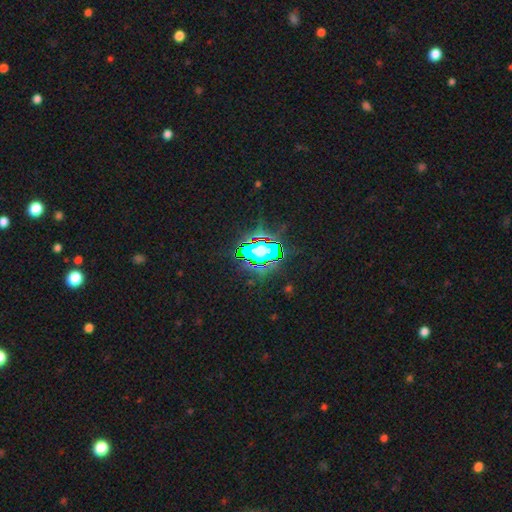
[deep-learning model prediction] This is clearly a star or artifact rather than a galaxy (83%).